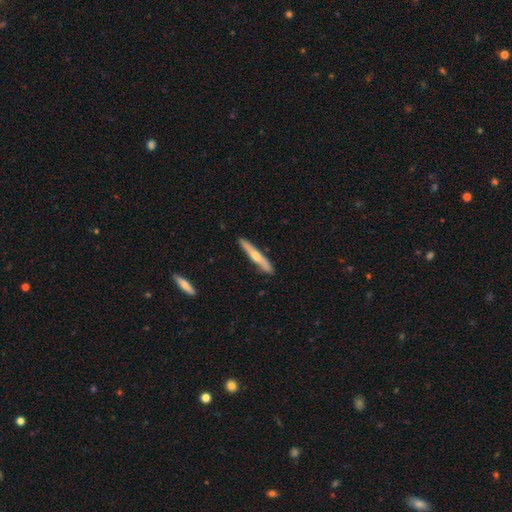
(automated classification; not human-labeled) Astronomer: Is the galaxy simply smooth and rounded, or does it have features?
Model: featured or disk — 57% (runner-up: smooth, 37%).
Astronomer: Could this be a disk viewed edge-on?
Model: yes — 93%.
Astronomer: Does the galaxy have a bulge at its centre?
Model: rounded — 84%.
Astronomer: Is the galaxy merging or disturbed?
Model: none — 89%.